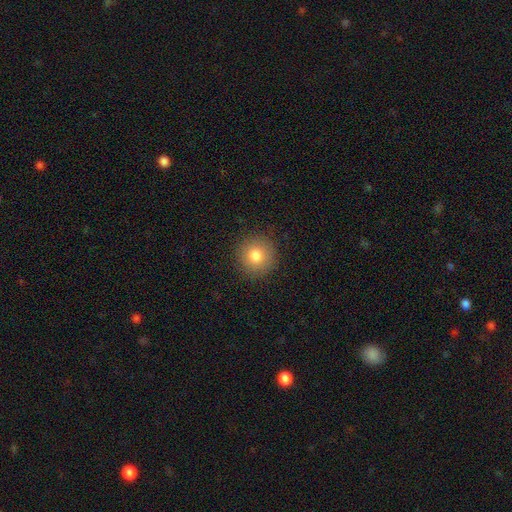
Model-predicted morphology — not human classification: Smooth or featured? Predicted: smooth (p=0.81). How rounded? Predicted: round (p=0.94). Merging? Predicted: none (p=0.90).